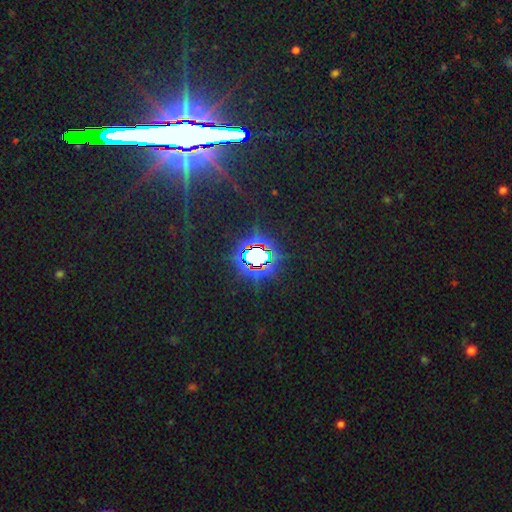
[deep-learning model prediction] A star or artifact, not a galaxy (79%).

Vote fractions:
- Smooth or featured? star or artifact: 79% / smooth: 12% / featured or disk: 9%